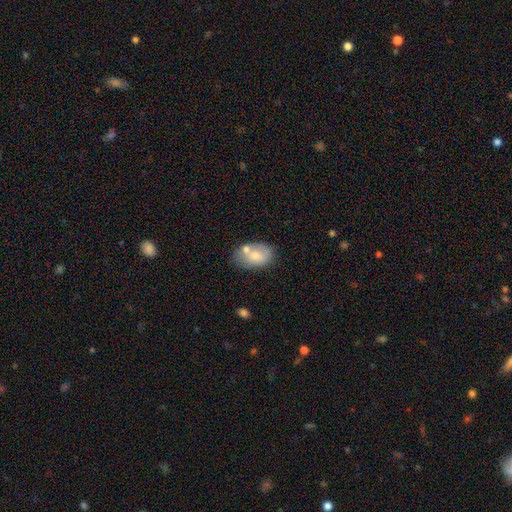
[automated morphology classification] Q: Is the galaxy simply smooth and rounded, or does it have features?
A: smooth — 66%.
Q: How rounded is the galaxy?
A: in between — 87%.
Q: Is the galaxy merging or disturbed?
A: none — 54%.